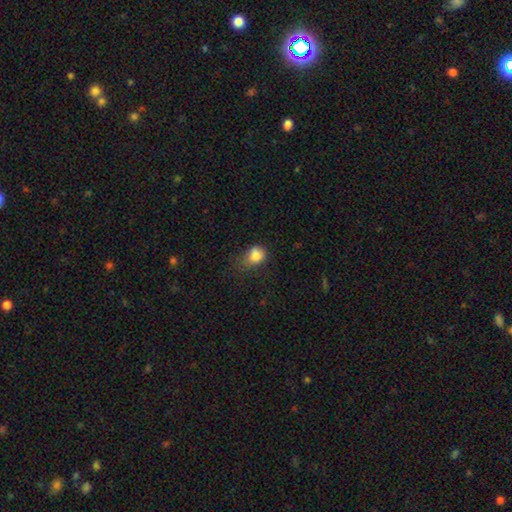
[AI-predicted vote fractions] Smooth or featured? Predicted: smooth (p=0.83). How rounded? Predicted: in between (p=0.57). Merging? Predicted: none (p=0.43).